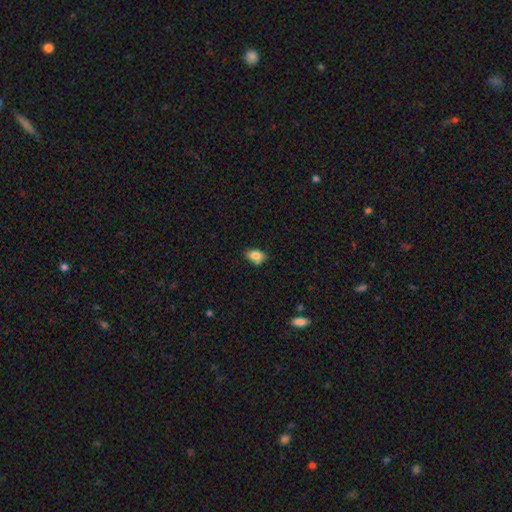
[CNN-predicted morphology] The model was most divided on "merging": none: 68%, minor disturbance: 19%, merger: 10%, major disturbance: 3%. More confident: how rounded — in between (87%); smooth or featured — smooth (82%).